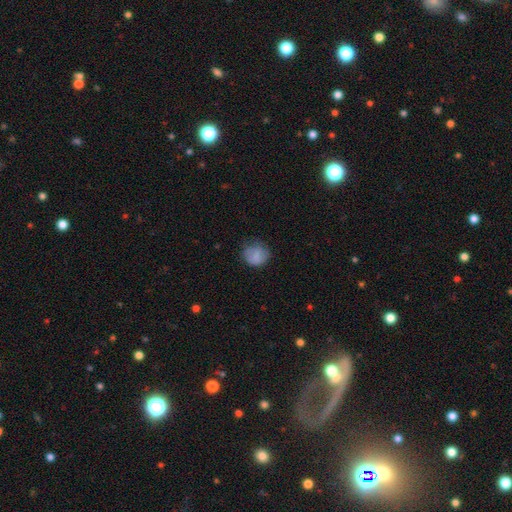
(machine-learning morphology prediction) Overall: smooth (79%). How rounded: round (78%). Merging: none (65%).